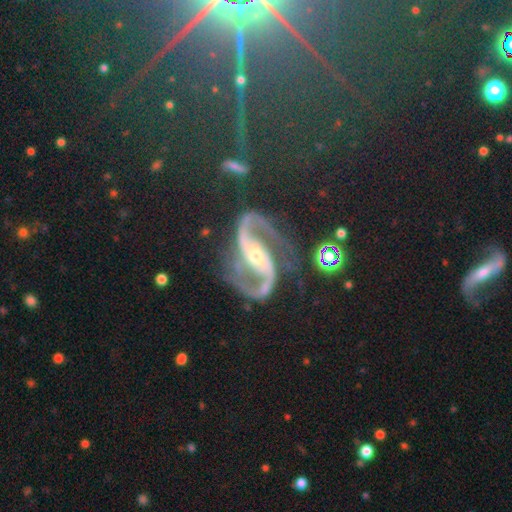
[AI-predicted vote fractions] A featured or disk galaxy (93%) with a strong bar (39%), 2 (94%) medium (58%) spiral arms (98%) and a small central bulge (50%). Merging: none (71%).